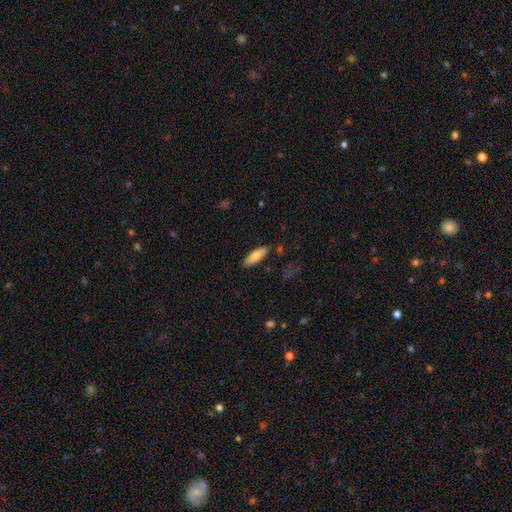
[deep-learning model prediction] Morphology: type=smooth (81%); roundness=in between (57%); merging=none (86%).